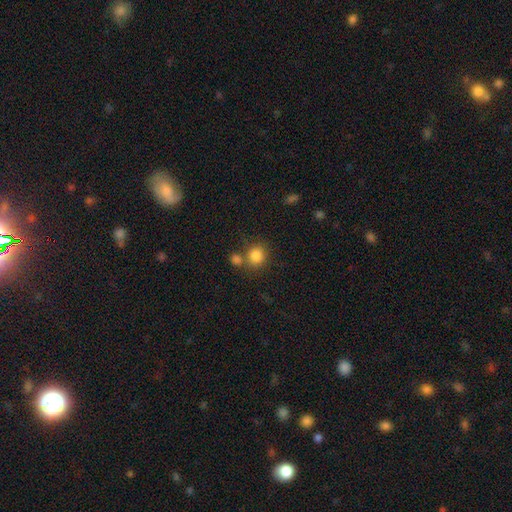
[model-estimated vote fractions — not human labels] Q: Smooth or featured?
A: smooth (84%); runner-up: star or artifact (10%)
Q: How rounded?
A: round (84%); runner-up: in between (15%)
Q: Merging?
A: none (62%); runner-up: merger (24%)